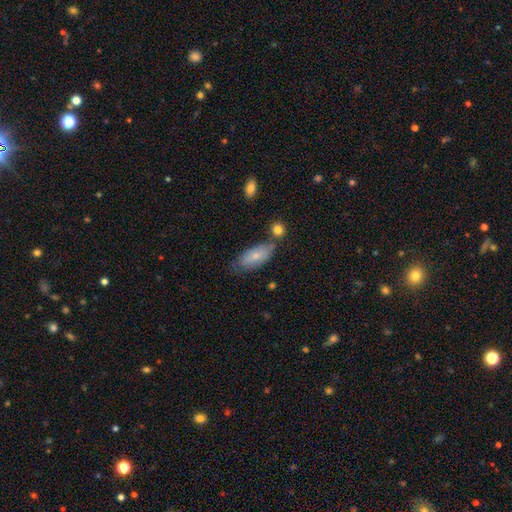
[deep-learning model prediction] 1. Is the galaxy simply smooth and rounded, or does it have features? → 76% smooth, 17% featured or disk, 7% star or artifact.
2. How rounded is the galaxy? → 86% in between, 11% cigar-shaped, 3% round.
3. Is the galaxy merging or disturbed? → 60% none, 23% minor disturbance, 12% merger, 5% major disturbance.